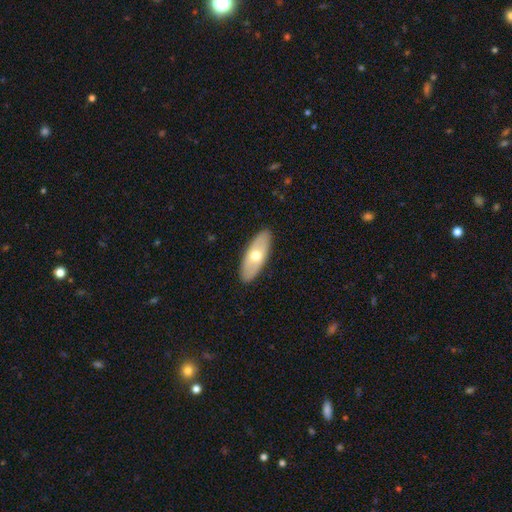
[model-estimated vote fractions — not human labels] Morphology: type=smooth (55%); roundness=in between (77%); merging=none (89%).